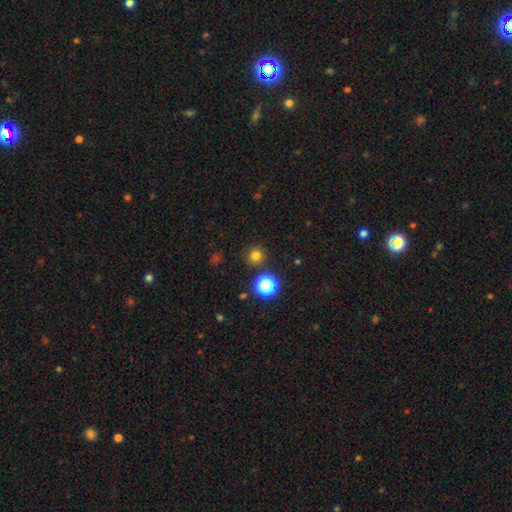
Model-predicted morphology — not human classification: smooth_or_featured: smooth (p=0.76) [alt: star or artifact p=0.19]
how_rounded: round (p=0.95) [alt: in between p=0.04]
merging: none (p=0.88) [alt: minor disturbance p=0.06]